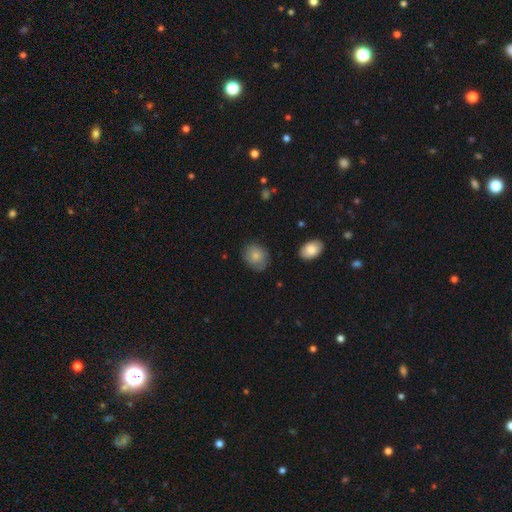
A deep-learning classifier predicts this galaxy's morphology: Smooth or featured? Predicted: smooth (p=0.82). How rounded? Predicted: round (p=0.60). Merging? Predicted: none (p=0.78).